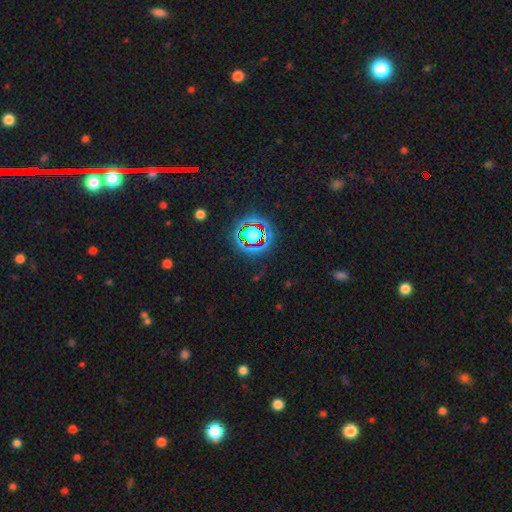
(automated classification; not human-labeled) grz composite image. It shows a star or artifact, not a galaxy (78%).